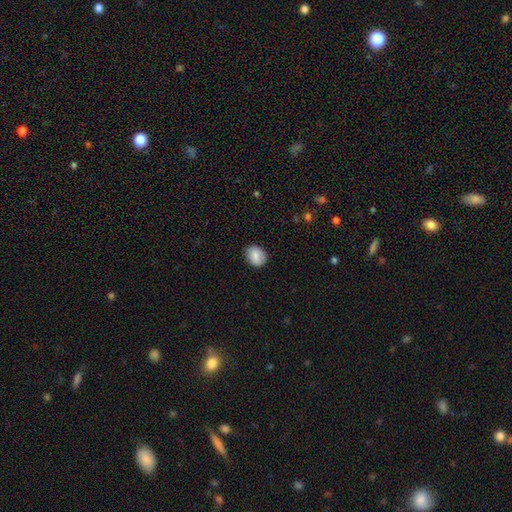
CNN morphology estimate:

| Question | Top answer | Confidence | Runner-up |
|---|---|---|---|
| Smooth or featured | smooth | 84% | featured or disk (8%) |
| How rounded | round | 62% | in between (37%) |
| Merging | none | 85% | minor disturbance (11%) |